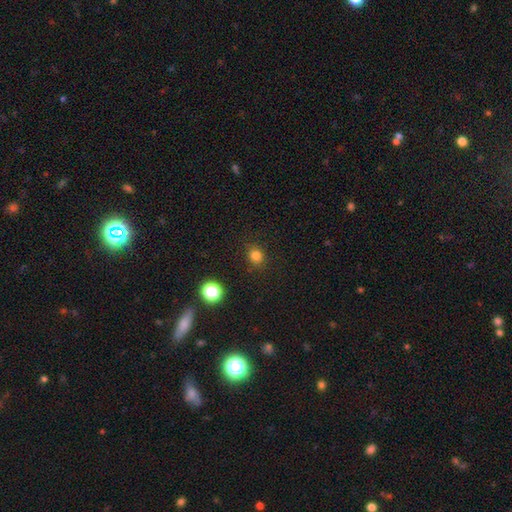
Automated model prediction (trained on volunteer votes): This is clearly a smooth galaxy (81%). How rounded: likely round (79%). Merging: clearly none (86%).